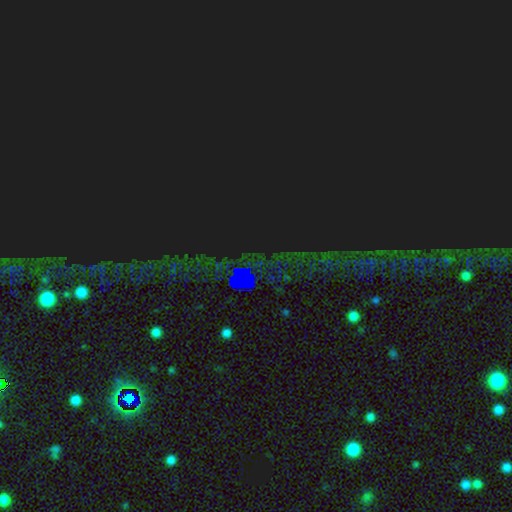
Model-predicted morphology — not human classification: Smooth or featured?
  - star or artifact: 83% *
  - smooth: 9%
  - featured or disk: 8%